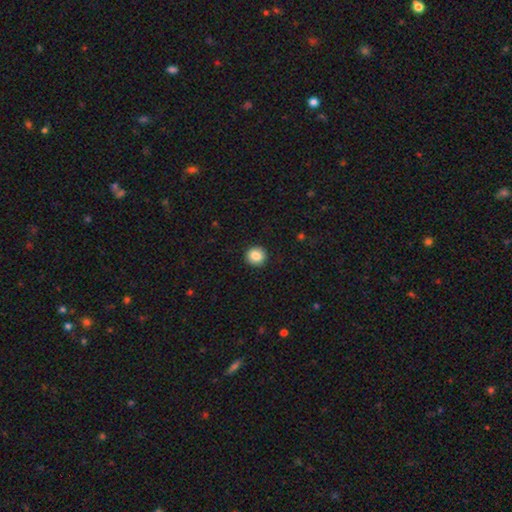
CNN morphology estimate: The model was most divided on "smooth or featured": smooth: 87%, star or artifact: 9%, featured or disk: 5%. More confident: merging — none (91%); how rounded — round (90%).